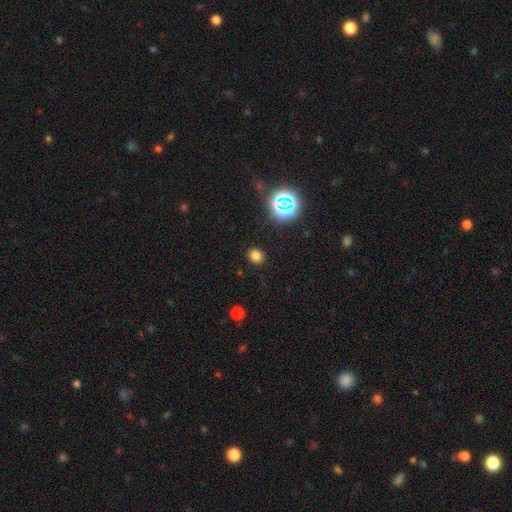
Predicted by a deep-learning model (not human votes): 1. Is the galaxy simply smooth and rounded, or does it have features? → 76% smooth, 19% star or artifact, 5% featured or disk.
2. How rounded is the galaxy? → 77% round, 22% in between, 1% cigar-shaped.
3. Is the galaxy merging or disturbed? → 89% none, 7% minor disturbance, 3% major disturbance, 1% merger.